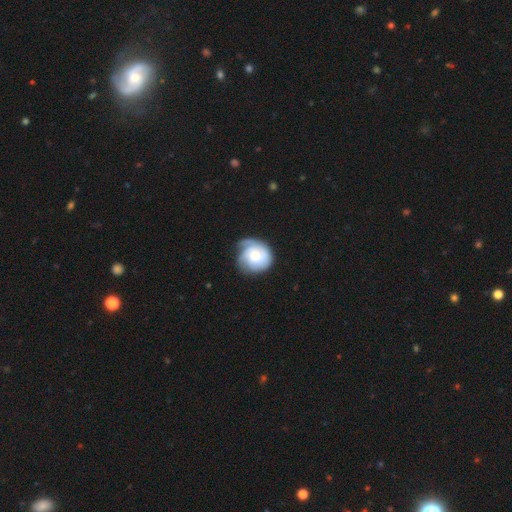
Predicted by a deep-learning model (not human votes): A featured or disk galaxy (65%) with no bar (78%), 3 (29%) tight (63%) spiral arms (90%) and a moderate central bulge (63%).

Vote fractions:
- Smooth or featured? featured or disk: 65% / smooth: 29% / star or artifact: 6%
- Edge-on disk? no: 98% / yes: 2%
- Bar? no: 78% / weak: 19% / strong: 3%
- Spiral arms? yes: 90% / no: 10%
- Spiral winding? tight: 63% / medium: 27% / loose: 10%
- Spiral arm count? 3: 29% / can't tell: 28% / 2: 18% / 1: 14% / 4: 7% / more than 4: 4%
- Bulge size? moderate: 63% / small: 24% / large: 10% / none: 2% / dominant: 1%
- Merging? none: 60% / minor disturbance: 27% / major disturbance: 12% / merger: 2%